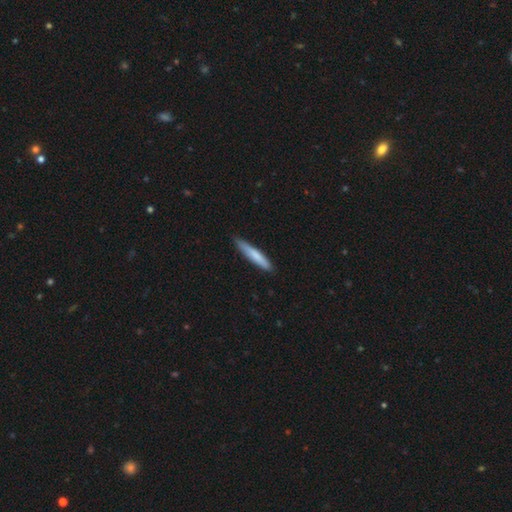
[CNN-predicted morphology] Q: Smooth or featured?
A: smooth (76%); runner-up: featured or disk (19%)
Q: How rounded?
A: cigar-shaped (92%); runner-up: in between (7%)
Q: Merging?
A: none (81%); runner-up: minor disturbance (16%)